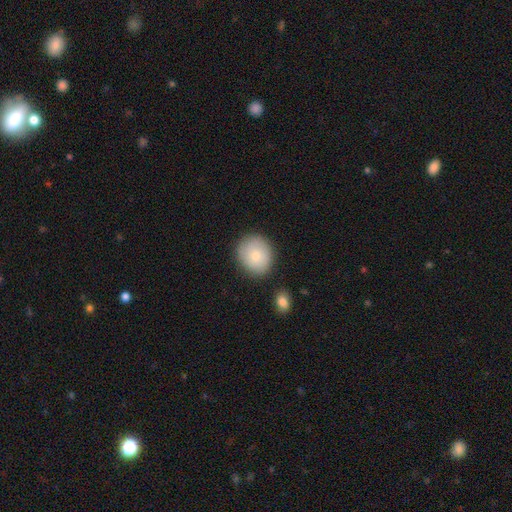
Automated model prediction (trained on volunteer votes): smooth-or-featured: smooth: 78% | featured or disk: 15% | star or artifact: 7%
  how-rounded: round: 75% | in between: 24% | cigar-shaped: 1%
  merging: none: 81% | minor disturbance: 12% | merger: 3% | major disturbance: 3%